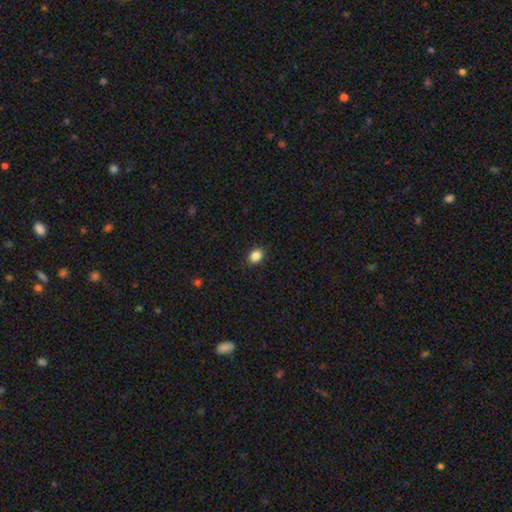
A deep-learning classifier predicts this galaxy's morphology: smooth 86%, star or artifact 10%, featured or disk 4%. Down the decision tree: how rounded — in between (55%); merging — none (90%).